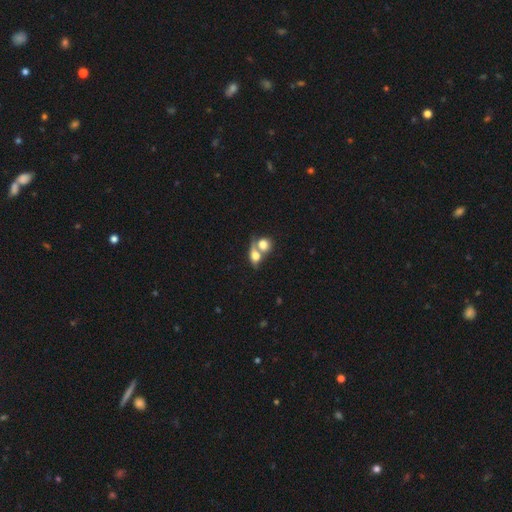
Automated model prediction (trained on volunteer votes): Smooth or featured? Predicted: smooth (p=0.68). How rounded? Predicted: in between (p=0.52). Merging? Predicted: merger (p=0.59).